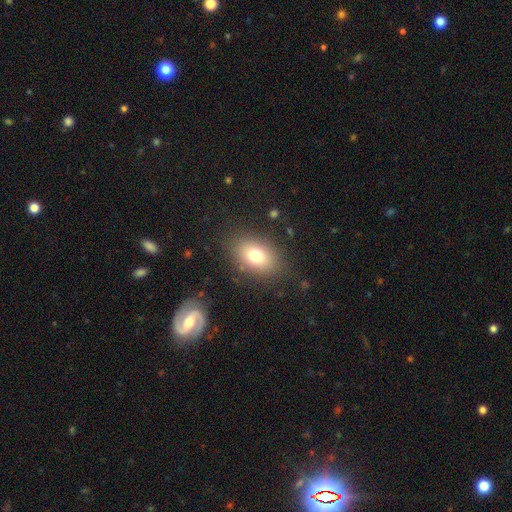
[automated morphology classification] The model was most divided on "how rounded": in between: 80%, round: 19%, cigar-shaped: 1%. More confident: merging — none (82%); smooth or featured — smooth (75%).